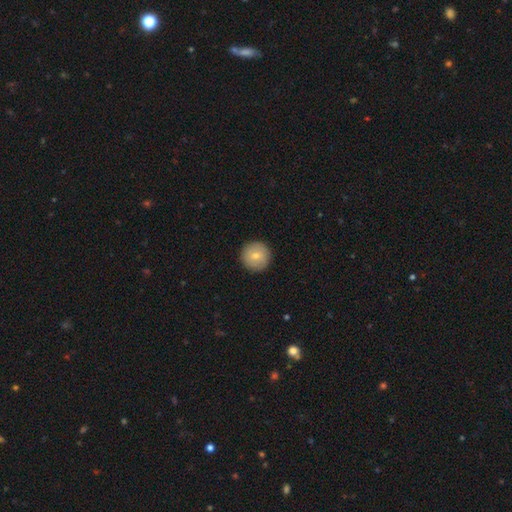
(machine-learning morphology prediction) Overall: smooth (75%). How rounded: round (96%). Merging: none (92%).